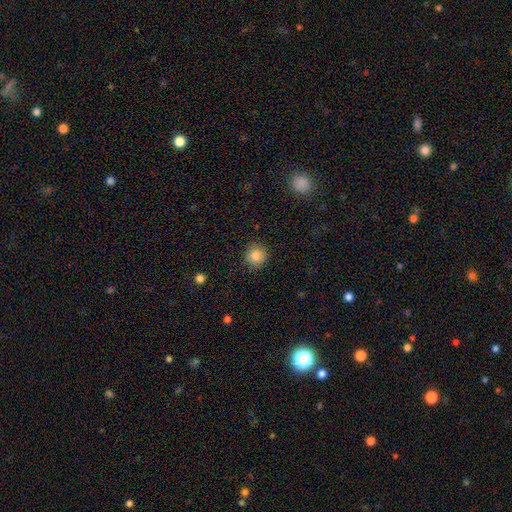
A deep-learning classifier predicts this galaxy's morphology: Smooth or featured? smooth (86%)
How rounded? round (91%)
Merging? none (87%)